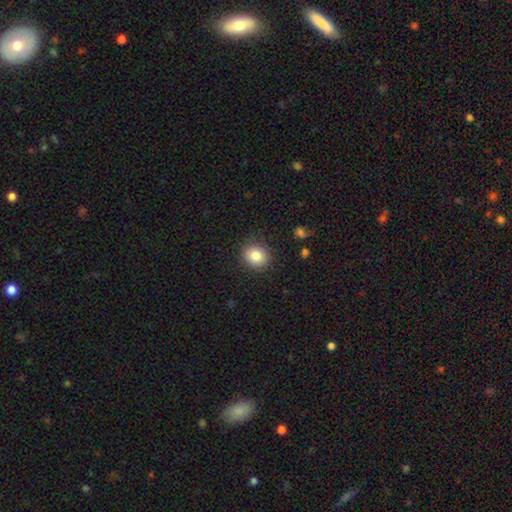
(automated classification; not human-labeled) This appears to be a smooth galaxy with no disk features (85%) that is round (71%). Merging: none (86%).